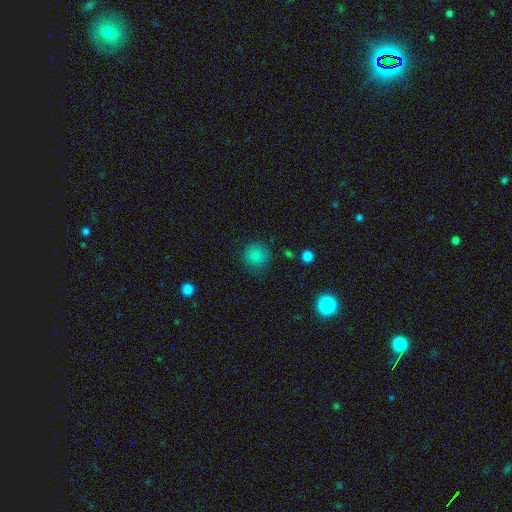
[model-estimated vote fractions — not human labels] Smooth or featured? smooth (83%)
How rounded? round (93%)
Merging? none (83%)